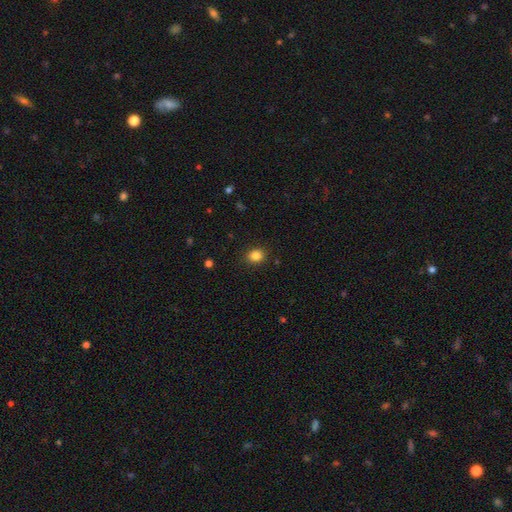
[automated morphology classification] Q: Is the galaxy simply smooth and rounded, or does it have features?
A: smooth — 84%.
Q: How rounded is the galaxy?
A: round — 62%.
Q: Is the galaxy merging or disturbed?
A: none — 89%.